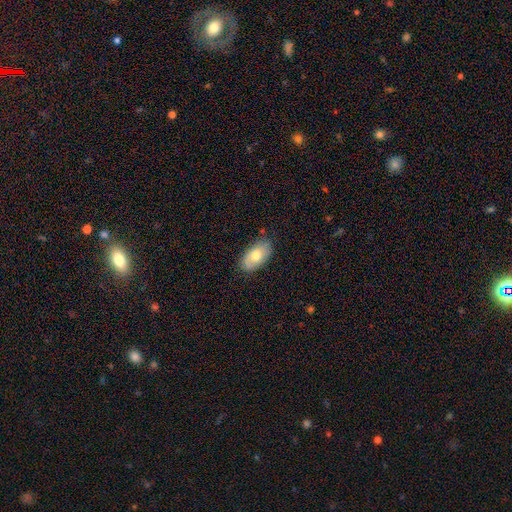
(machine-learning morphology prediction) A smooth galaxy with no disk features (66%) that is in between round and cigar-shaped (94%).

Vote fractions:
- Smooth or featured? smooth: 66% / featured or disk: 27% / star or artifact: 6%
- How rounded? in between: 94% / round: 4% / cigar-shaped: 2%
- Merging? none: 80% / minor disturbance: 16% / major disturbance: 3% / merger: 1%